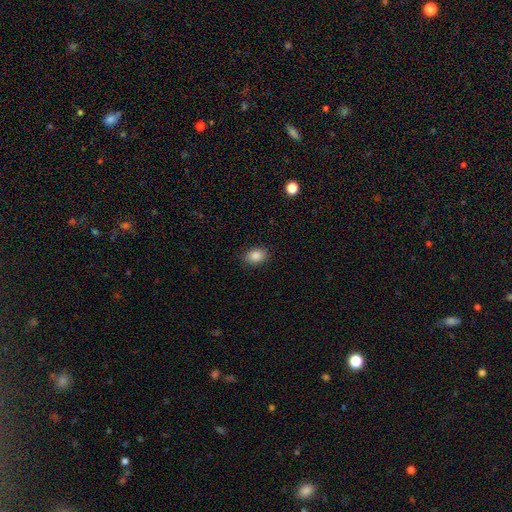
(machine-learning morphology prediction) Smooth or featured? Predicted: smooth (p=0.87). How rounded? Predicted: in between (p=0.73). Merging? Predicted: none (p=0.87).